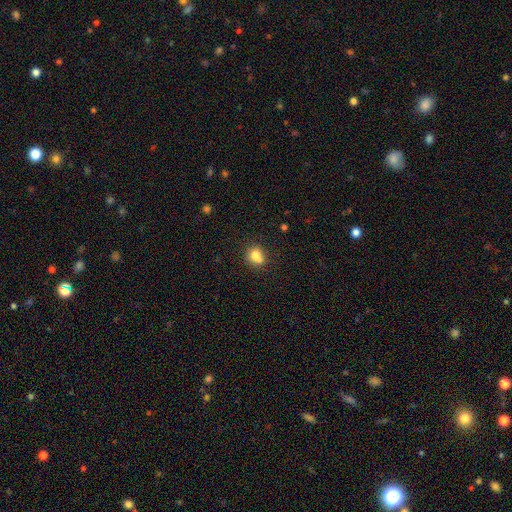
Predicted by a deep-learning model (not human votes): smooth 76%, featured or disk 12%, star or artifact 11%. Down the decision tree: how rounded — round (71%); merging — none (49%).